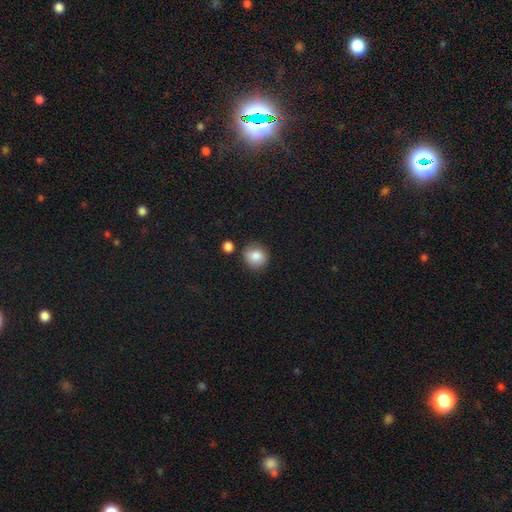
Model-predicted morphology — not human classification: Overall: smooth (84%). How rounded: round (85%). Merging: none (79%).